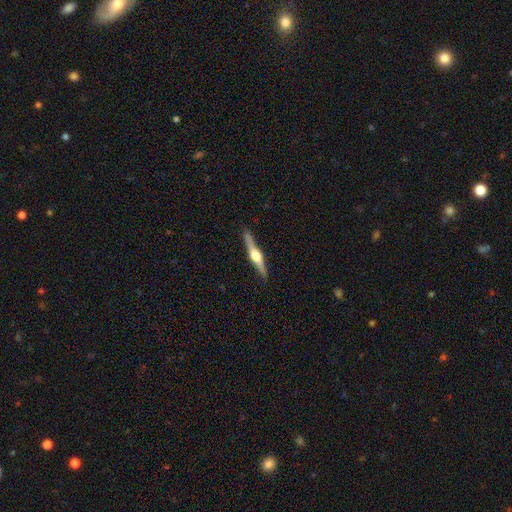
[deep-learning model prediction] smooth_or_featured: featured or disk (p=0.74) [alt: smooth p=0.21]
disk_edge_on: yes (p=0.98) [alt: no p=0.02]
edge_on_bulge: rounded (p=0.93) [alt: boxy p=0.05]
merging: none (p=0.89) [alt: minor disturbance p=0.08]